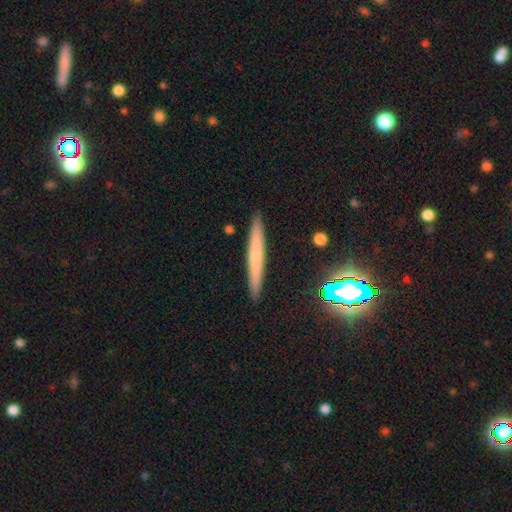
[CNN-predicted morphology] Overall: smooth (55%; featured or disk 35%). How rounded: cigar-shaped (96%). Merging: none (91%).